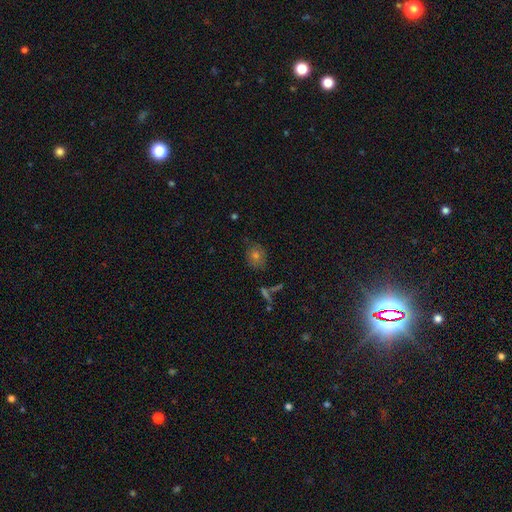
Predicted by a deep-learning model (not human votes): smooth-or-featured: smooth: 55% | star or artifact: 26% | featured or disk: 19%
  how-rounded: round: 70% | in between: 28% | cigar-shaped: 2%
  merging: none: 78% | minor disturbance: 15% | major disturbance: 4% | merger: 3%